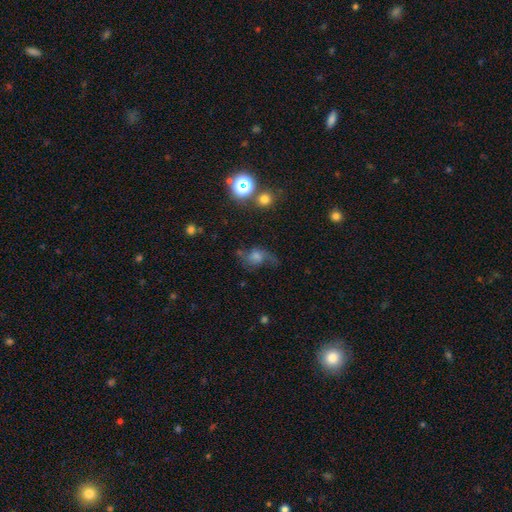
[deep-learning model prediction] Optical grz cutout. It shows a featured or disk galaxy (45%). Merging: none (49%).